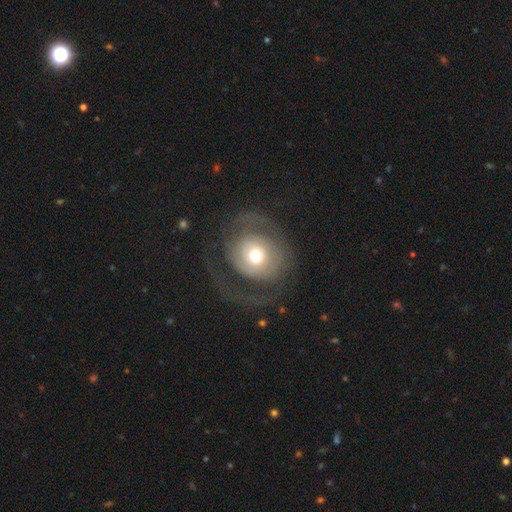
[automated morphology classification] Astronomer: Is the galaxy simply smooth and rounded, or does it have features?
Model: featured or disk — 56% (runner-up: smooth, 37%).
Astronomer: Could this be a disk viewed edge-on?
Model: no — 96%.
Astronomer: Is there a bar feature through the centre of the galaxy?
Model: no — 81%.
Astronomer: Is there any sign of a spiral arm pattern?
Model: yes — 63%.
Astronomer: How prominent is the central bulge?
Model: moderate — 60%.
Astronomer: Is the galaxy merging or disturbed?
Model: none — 47% (runner-up: major disturbance, 38%).